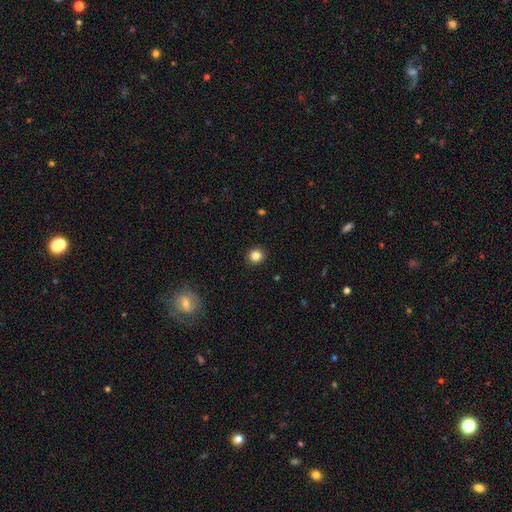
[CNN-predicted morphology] A smooth galaxy with no disk features (84%) that is round (94%). Merging: none (93%).